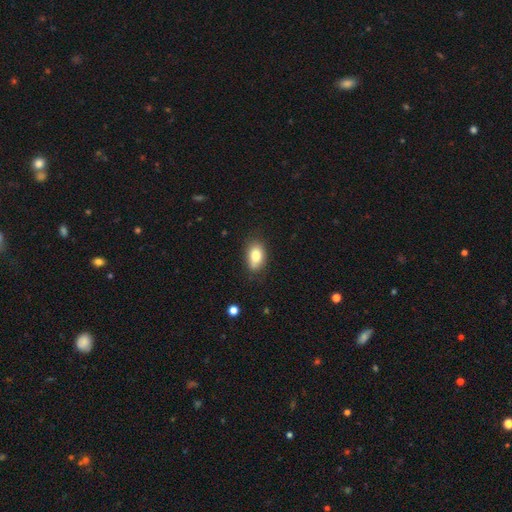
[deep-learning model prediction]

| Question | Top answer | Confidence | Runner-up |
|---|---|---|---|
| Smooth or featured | smooth | 80% | featured or disk (11%) |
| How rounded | in between | 88% | round (10%) |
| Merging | none | 74% | minor disturbance (19%) |